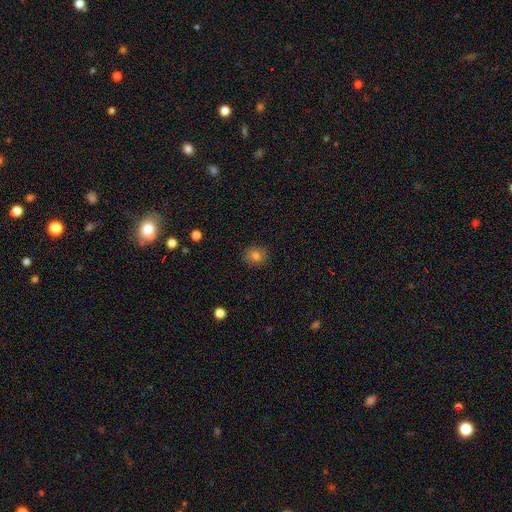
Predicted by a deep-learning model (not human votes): This is likely a smooth galaxy (80%). How rounded: likely round (74%). Merging: clearly none (88%).